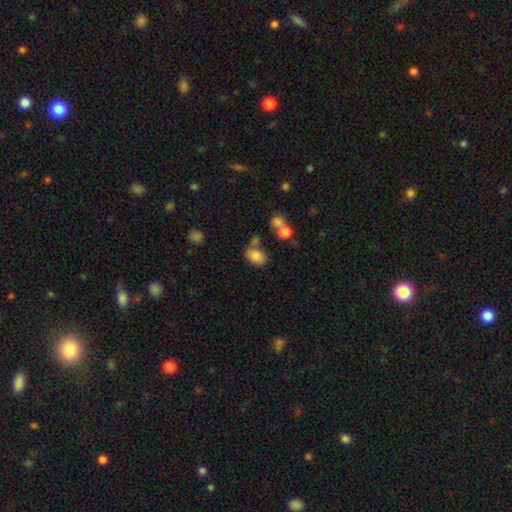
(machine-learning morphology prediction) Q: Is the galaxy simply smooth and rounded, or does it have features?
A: smooth — 81%.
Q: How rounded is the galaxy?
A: in between — 77%.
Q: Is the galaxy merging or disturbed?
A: none — 63%.